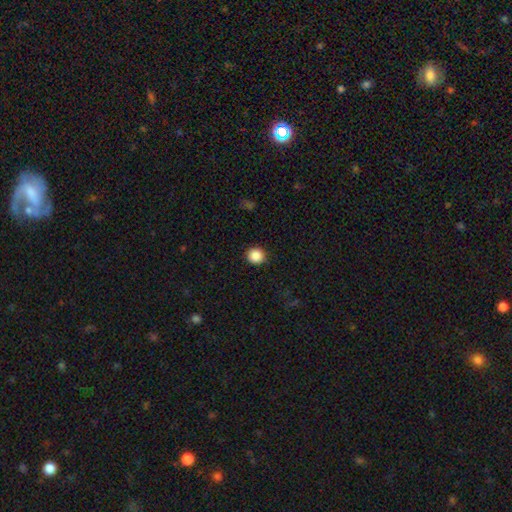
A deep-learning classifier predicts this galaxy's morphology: Smooth or featured: smooth — 88% (star or artifact — 10%)
How rounded: round — 91% (in between — 8%)
Merging: none — 91% (minor disturbance — 6%)